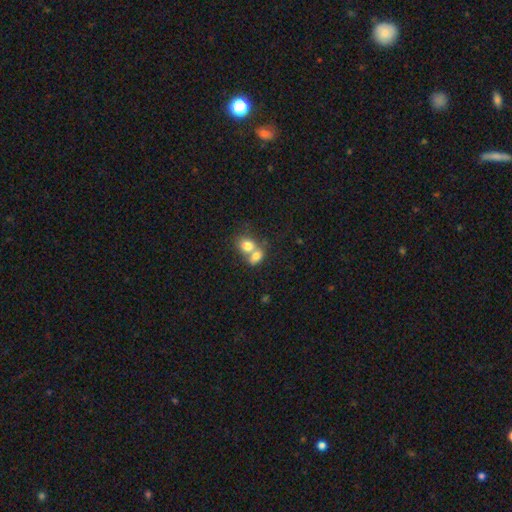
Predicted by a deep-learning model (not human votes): The model was most divided on "how rounded": in between: 57%, round: 42%, cigar-shaped: 1%. More confident: smooth or featured — smooth (75%); merging — merger (71%).